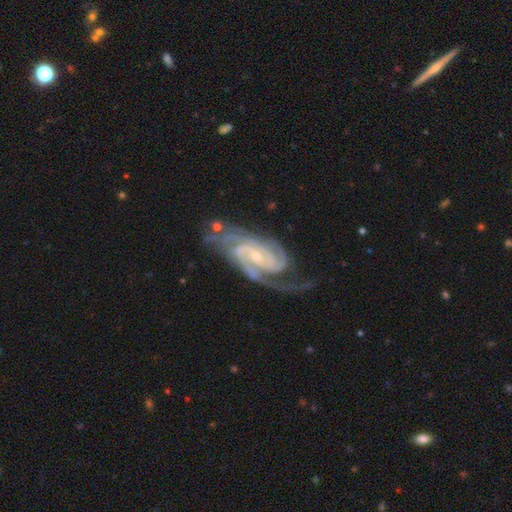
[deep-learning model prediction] A featured or disk galaxy (92%) with a weak bar (41%), 2 (44%) tight (55%) spiral arms (98%) and a small central bulge (74%). Merging: none (63%).